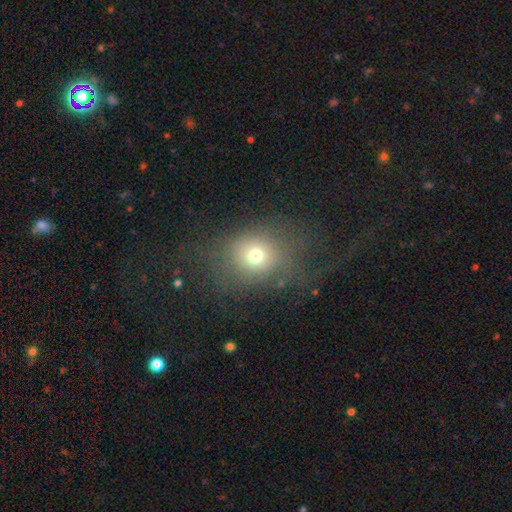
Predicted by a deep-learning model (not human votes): This appears to be a smooth galaxy with no disk features (69%) that is round (74%). Merging: none (67%).